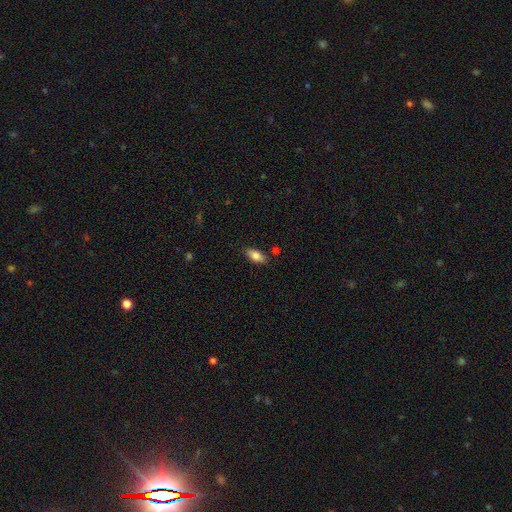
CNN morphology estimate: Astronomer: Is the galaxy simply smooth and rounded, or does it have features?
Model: smooth — 82%.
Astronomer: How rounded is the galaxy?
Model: in between — 89%.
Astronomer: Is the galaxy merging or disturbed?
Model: none — 83%.